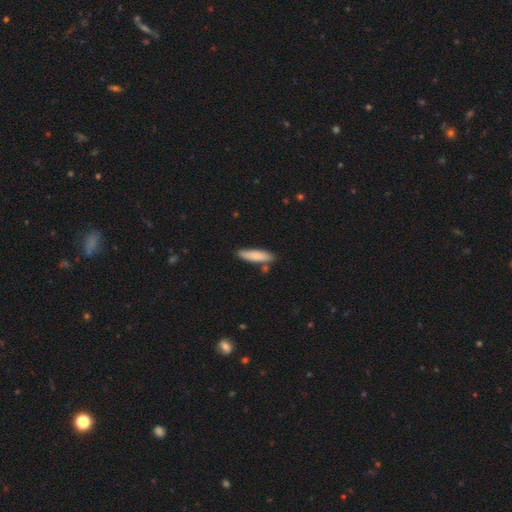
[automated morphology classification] smooth-or-featured: smooth: 83% | featured or disk: 11% | star or artifact: 6%
  how-rounded: cigar-shaped: 71% | in between: 28% | round: 1%
  merging: none: 79% | minor disturbance: 13% | merger: 6% | major disturbance: 2%